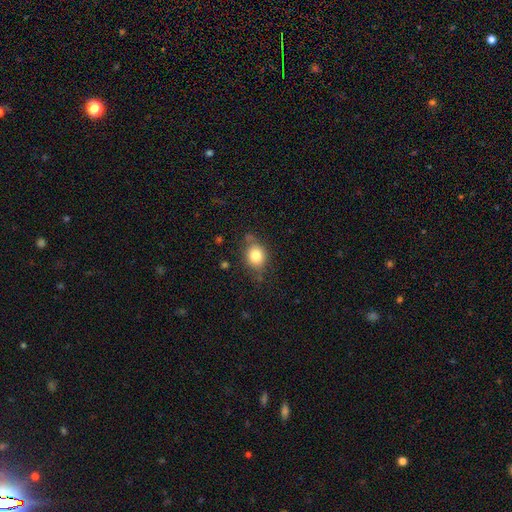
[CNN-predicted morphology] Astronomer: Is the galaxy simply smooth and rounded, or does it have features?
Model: smooth — 81%.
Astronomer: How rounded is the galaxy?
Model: round — 57% (runner-up: in between, 42%).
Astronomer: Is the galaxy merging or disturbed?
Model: none — 70%.